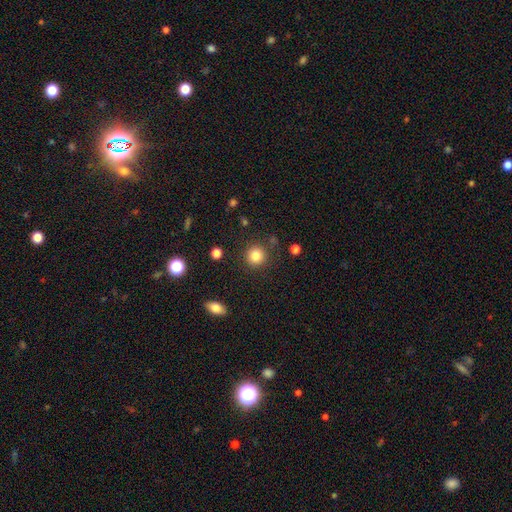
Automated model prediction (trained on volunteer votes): Q: Smooth or featured?
A: smooth (84%); runner-up: star or artifact (11%)
Q: How rounded?
A: round (92%); runner-up: in between (7%)
Q: Merging?
A: none (87%); runner-up: minor disturbance (7%)